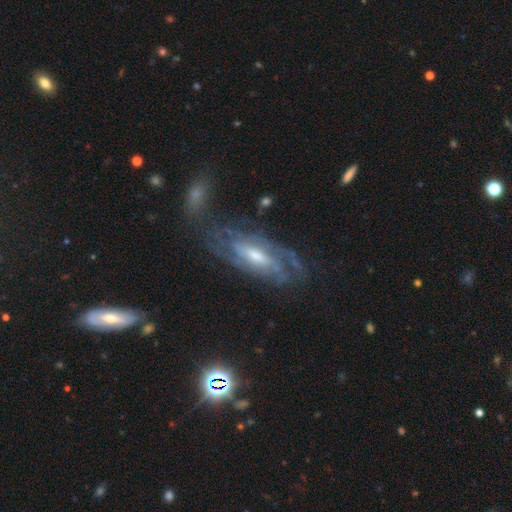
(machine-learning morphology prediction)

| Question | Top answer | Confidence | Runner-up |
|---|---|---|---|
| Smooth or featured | featured or disk | 82% | smooth (12%) |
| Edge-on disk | no | 87% | yes (13%) |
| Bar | weak | 46% | no (37%) |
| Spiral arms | yes | 91% | no (9%) |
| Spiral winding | tight | 54% | medium (35%) |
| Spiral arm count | can't tell | 47% | 2 (21%) |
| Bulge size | moderate | 56% | small (28%) |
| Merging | none | 62% | minor disturbance (20%) |